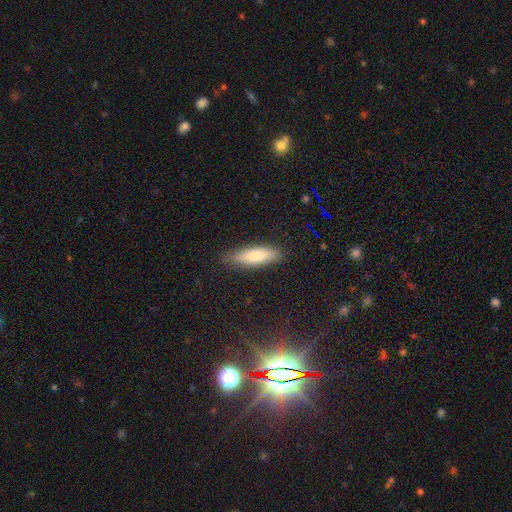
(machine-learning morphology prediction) smooth_or_featured: smooth (p=0.78) [alt: featured or disk p=0.15]
how_rounded: cigar-shaped (p=0.54) [alt: in between p=0.44]
merging: none (p=0.85) [alt: minor disturbance p=0.12]